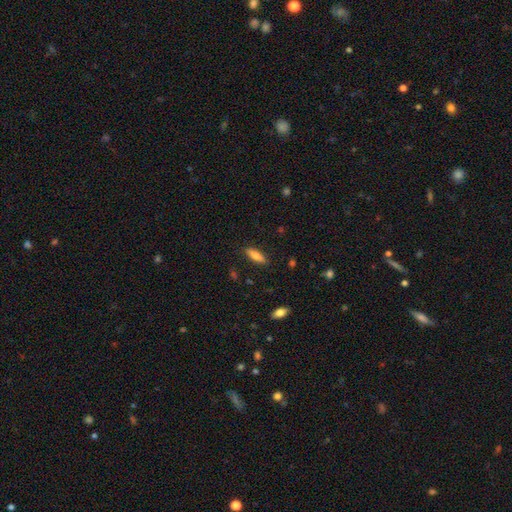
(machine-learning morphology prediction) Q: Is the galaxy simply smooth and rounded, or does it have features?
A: smooth — 73%.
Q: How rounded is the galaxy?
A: cigar-shaped — 51%.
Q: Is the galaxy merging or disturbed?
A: none — 87%.